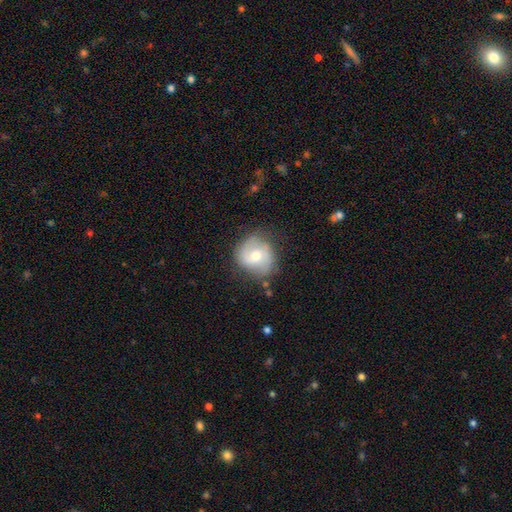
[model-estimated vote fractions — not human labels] A featured or disk galaxy (52%) with no bar (54%), spiral arms (81%) and a moderate central bulge (61%).

Vote fractions:
- Smooth or featured? featured or disk: 52% / smooth: 41% / star or artifact: 7%
- Edge-on disk? no: 97% / yes: 3%
- Bar? no: 54% / weak: 37% / strong: 9%
- Spiral arms? yes: 81% / no: 19%
- Bulge size? moderate: 61% / small: 33% / large: 4% / none: 1% / dominant: 1%
- Merging? none: 71% / minor disturbance: 20% / major disturbance: 7% / merger: 2%